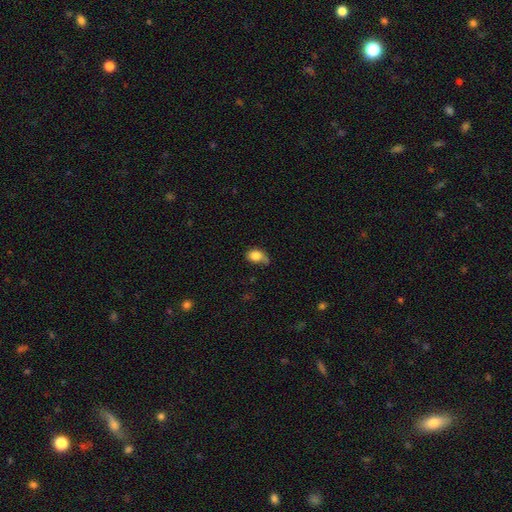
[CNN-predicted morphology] Smooth or featured: smooth — 80% (featured or disk — 12%)
How rounded: in between — 68% (round — 31%)
Merging: none — 41% (minor disturbance — 38%)